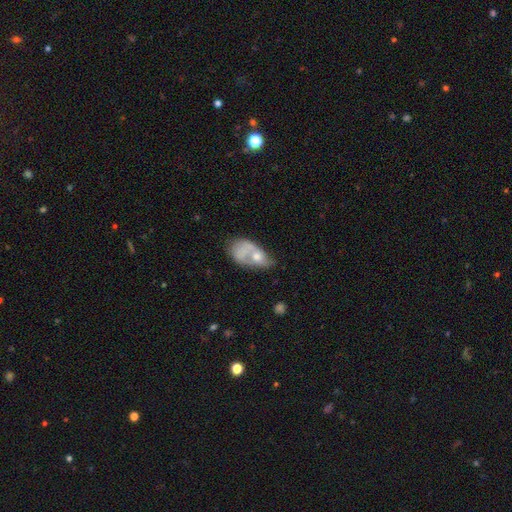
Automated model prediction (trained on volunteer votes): smooth-or-featured: smooth: 46% | featured or disk: 44% | star or artifact: 10%
  merging: merger: 33% | none: 25% | major disturbance: 23% | minor disturbance: 19%